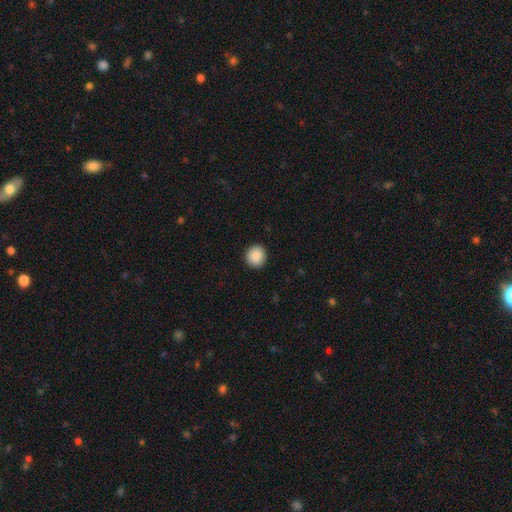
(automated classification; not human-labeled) A smooth galaxy with no disk features (89%) that is round (91%).

Vote fractions:
- Smooth or featured? smooth: 89% / star or artifact: 8% / featured or disk: 3%
- How rounded? round: 91% / in between: 8% / cigar-shaped: 1%
- Merging? none: 93% / minor disturbance: 5% / major disturbance: 2% / merger: 1%